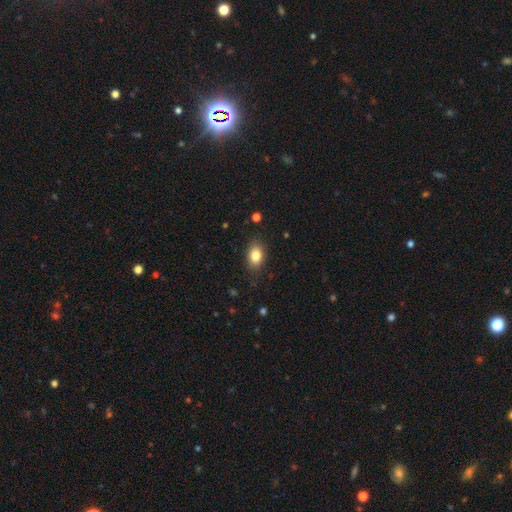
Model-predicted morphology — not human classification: This appears to be a smooth galaxy with no disk features (83%) that is in between round and cigar-shaped (82%). Merging: none (84%).